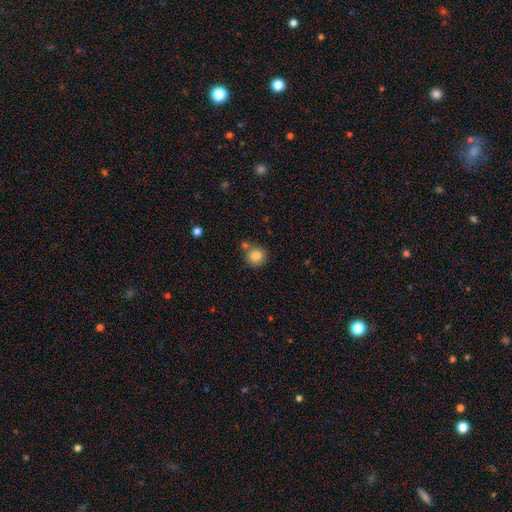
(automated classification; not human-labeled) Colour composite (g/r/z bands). It shows a smooth galaxy with no disk features (82%) that is round (90%). Merging: none (68%).